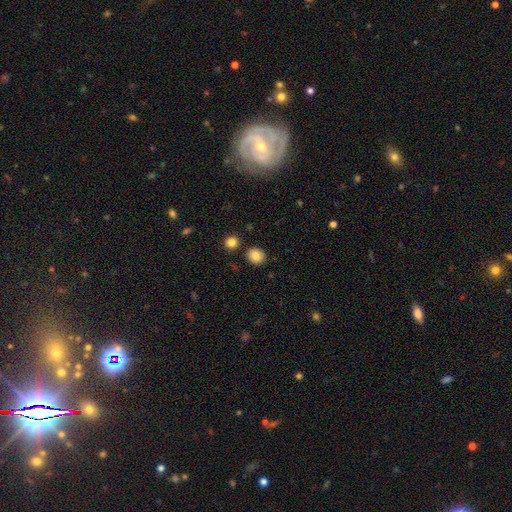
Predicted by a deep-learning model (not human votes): Smooth or featured? Predicted: smooth (p=0.86). How rounded? Predicted: round (p=0.72). Merging? Predicted: none (p=0.86).